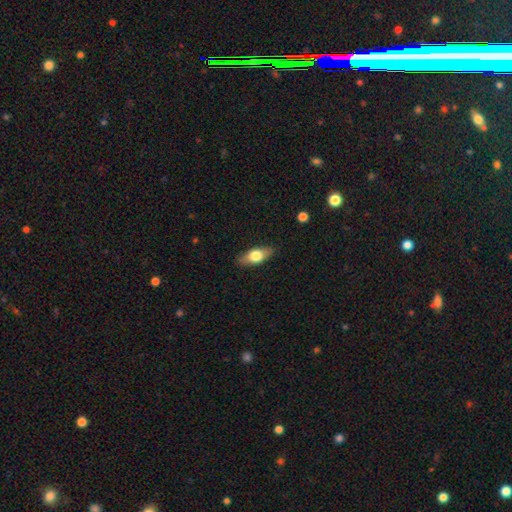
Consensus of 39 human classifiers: A smooth galaxy with no disk features (54%) that is in between round and cigar-shaped (95%).

Vote fractions:
- Smooth or featured? smooth: 54% / featured or disk: 44% / star or artifact: 3%
- How rounded? in between: 95% / cigar-shaped: 5% / round: 0%
- Merging? none: 82% / minor disturbance: 16% / major disturbance: 3% / merger: 0%